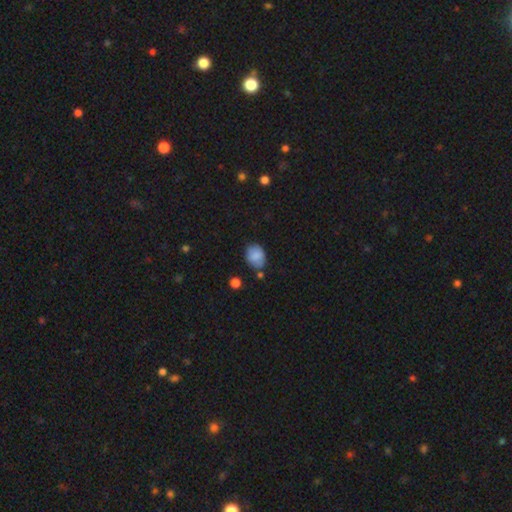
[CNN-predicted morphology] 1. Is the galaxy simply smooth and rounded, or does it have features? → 82% smooth, 9% featured or disk, 8% star or artifact.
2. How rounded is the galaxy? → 55% in between, 44% round, 1% cigar-shaped.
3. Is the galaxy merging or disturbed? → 68% none, 21% minor disturbance, 7% merger, 5% major disturbance.